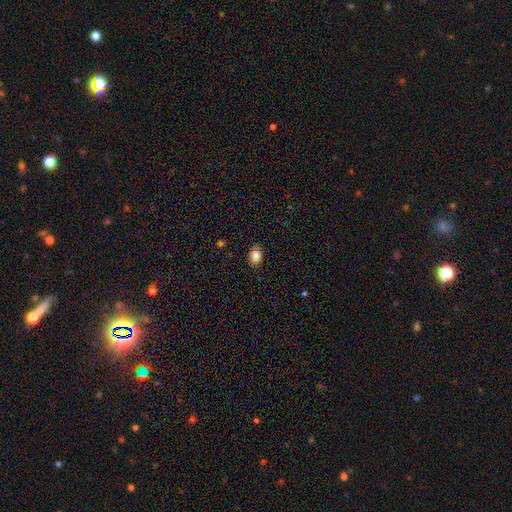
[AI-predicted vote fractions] smooth_or_featured: smooth (p=0.83) [alt: star or artifact p=0.09]
how_rounded: in between (p=0.75) [alt: round p=0.24]
merging: none (p=0.87) [alt: minor disturbance p=0.10]